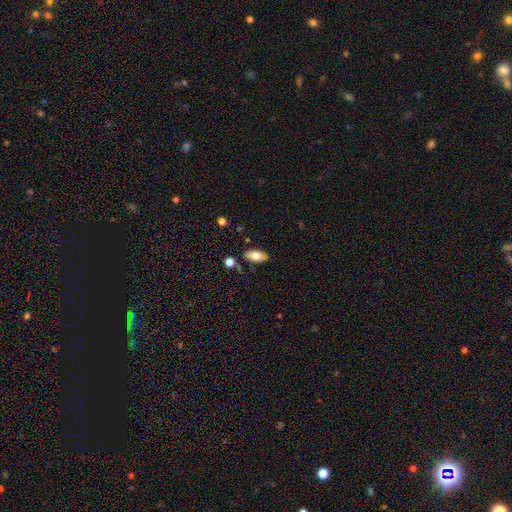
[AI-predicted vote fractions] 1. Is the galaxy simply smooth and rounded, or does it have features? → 80% smooth, 12% featured or disk, 8% star or artifact.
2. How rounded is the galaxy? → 91% in between, 5% cigar-shaped, 4% round.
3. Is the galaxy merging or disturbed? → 80% none, 13% minor disturbance, 4% merger, 3% major disturbance.